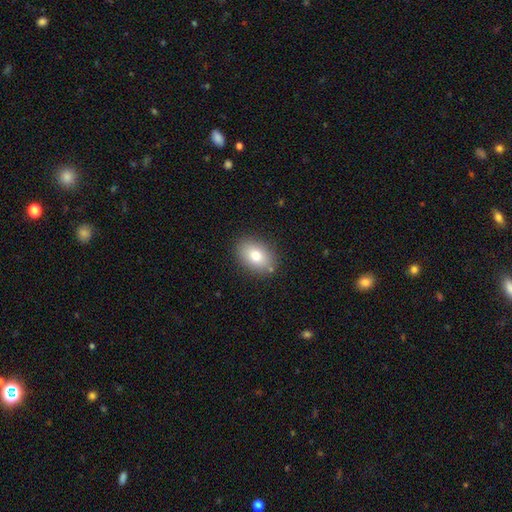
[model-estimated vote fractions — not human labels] Smooth or featured?
  - smooth: 79% *
  - featured or disk: 12%
  - star or artifact: 9%
How rounded?
  - in between: 81% *
  - round: 17%
  - cigar-shaped: 1%
Merging?
  - none: 85% *
  - minor disturbance: 10%
  - major disturbance: 3%
  - merger: 2%